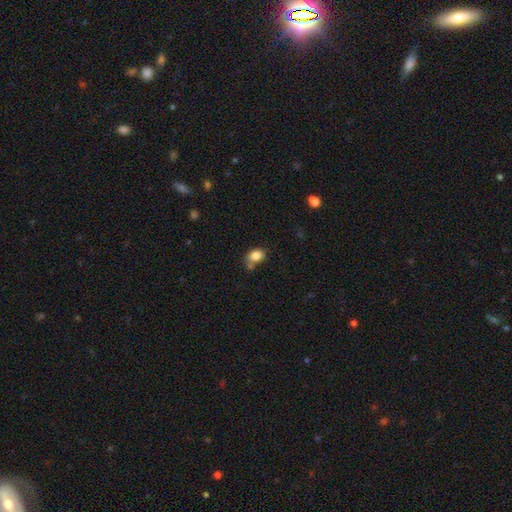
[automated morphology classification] smooth 84%, star or artifact 9%, featured or disk 7%. Down the decision tree: how rounded — in between (75%); merging — none (57%).